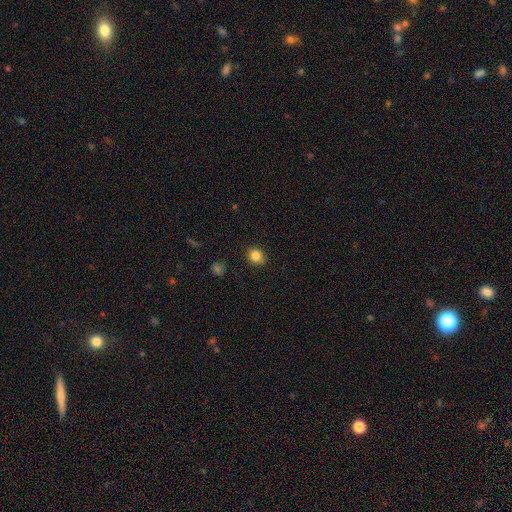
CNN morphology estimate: Smooth or featured? smooth (85%)
How rounded? round (76%)
Merging? none (87%)